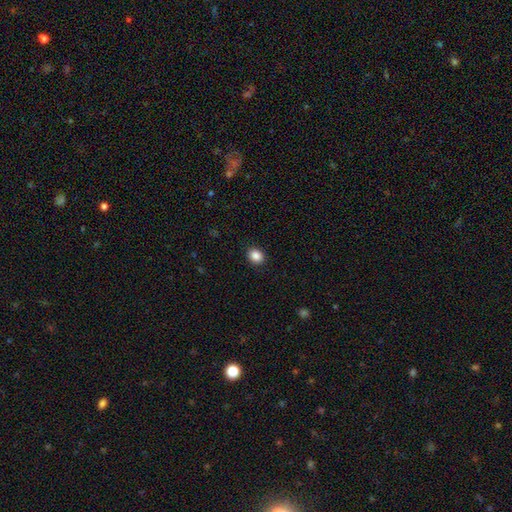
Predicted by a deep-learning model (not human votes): This is clearly a smooth galaxy (87%). How rounded: likely round (61%). Merging: clearly none (91%).